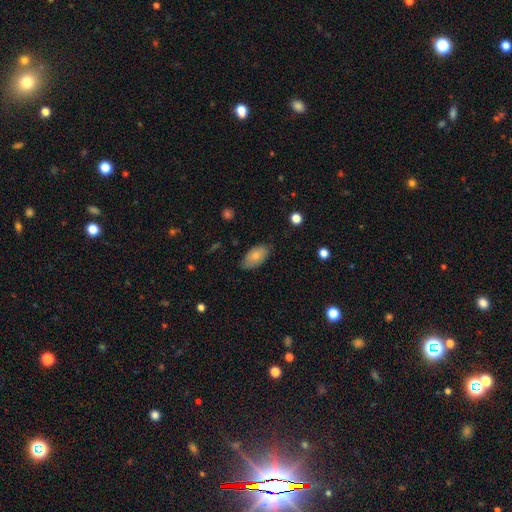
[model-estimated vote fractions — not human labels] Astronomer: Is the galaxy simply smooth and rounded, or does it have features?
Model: smooth — 78%.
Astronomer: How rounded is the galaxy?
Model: in between — 93%.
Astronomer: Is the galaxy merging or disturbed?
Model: none — 80%.